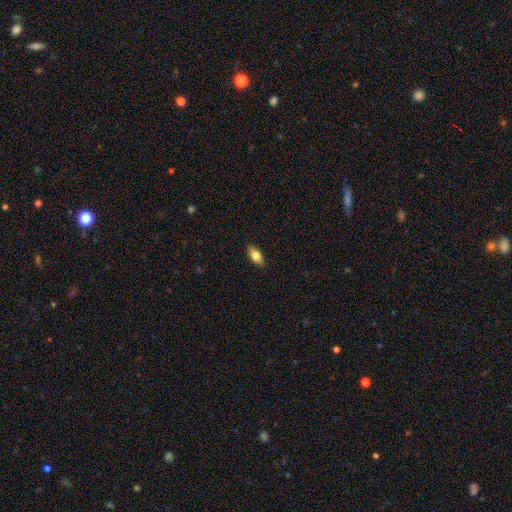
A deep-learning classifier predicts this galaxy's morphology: smooth_or_featured: smooth (p=0.75) [alt: featured or disk p=0.18]
how_rounded: in between (p=0.85) [alt: cigar-shaped p=0.11]
merging: none (p=0.88) [alt: minor disturbance p=0.09]